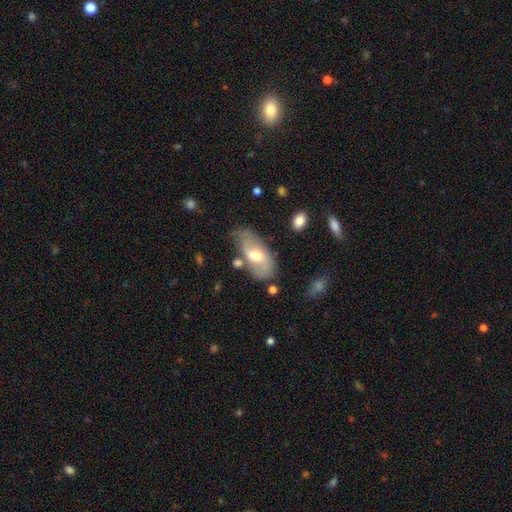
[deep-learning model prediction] Overall: featured or disk (54%; smooth 40%). Edge-on disk: no (90%). Merging: none (57%; minor disturbance 26%).